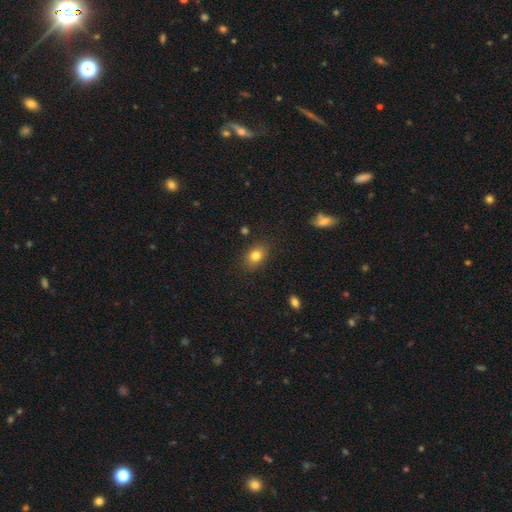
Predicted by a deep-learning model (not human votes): This is clearly a smooth galaxy (81%). How rounded: likely in between (72%). Merging: clearly none (85%).